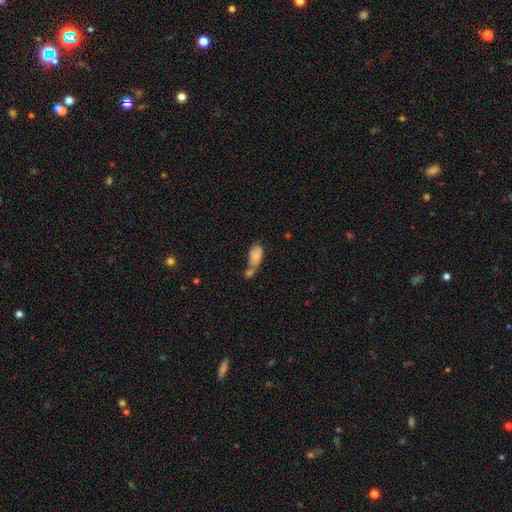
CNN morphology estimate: Smooth or featured? Predicted: smooth (p=0.76). How rounded? Predicted: in between (p=0.90). Merging? Predicted: merger (p=0.56).